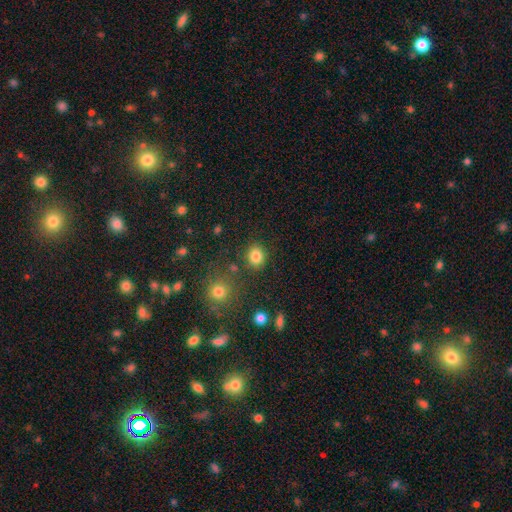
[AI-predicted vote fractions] Smooth or featured? smooth (83%)
How rounded? round (66%)
Merging? none (83%)